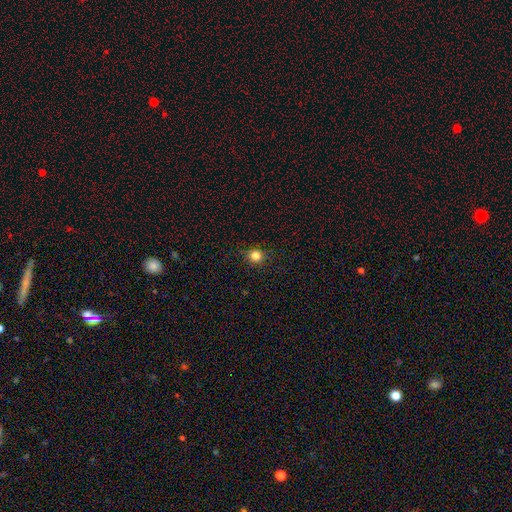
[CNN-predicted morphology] A smooth galaxy with no disk features (82%) that is round (92%). Merging: none (88%).